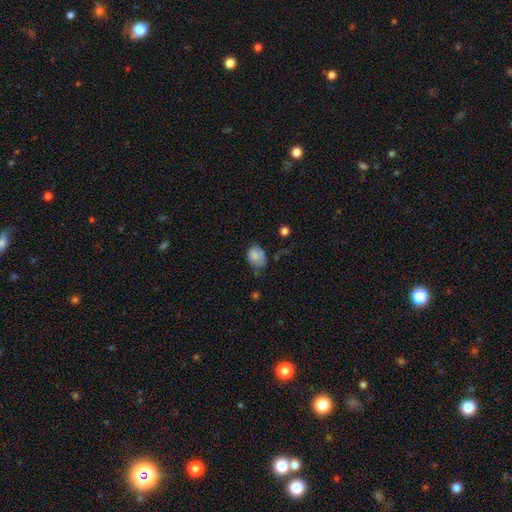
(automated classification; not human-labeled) This is likely a smooth galaxy (80%). How rounded: likely in between (60%). Merging: possibly none (46%).